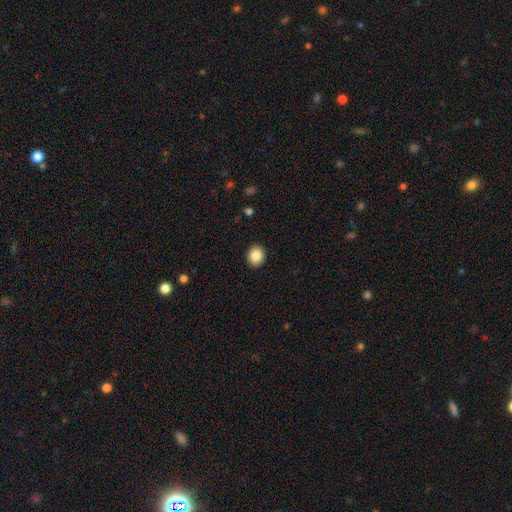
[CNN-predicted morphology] Q: Smooth or featured?
A: smooth (86%); runner-up: star or artifact (9%)
Q: How rounded?
A: round (72%); runner-up: in between (27%)
Q: Merging?
A: none (92%); runner-up: minor disturbance (5%)